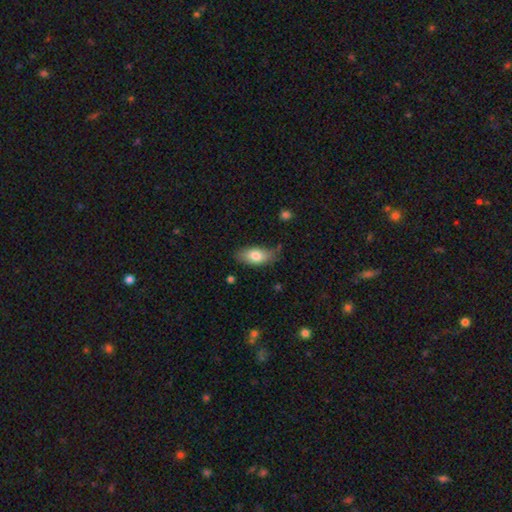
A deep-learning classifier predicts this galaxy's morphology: smooth-or-featured: smooth: 78% | featured or disk: 16% | star or artifact: 7%
  how-rounded: in between: 89% | cigar-shaped: 8% | round: 4%
  merging: none: 74% | minor disturbance: 19% | major disturbance: 4% | merger: 3%